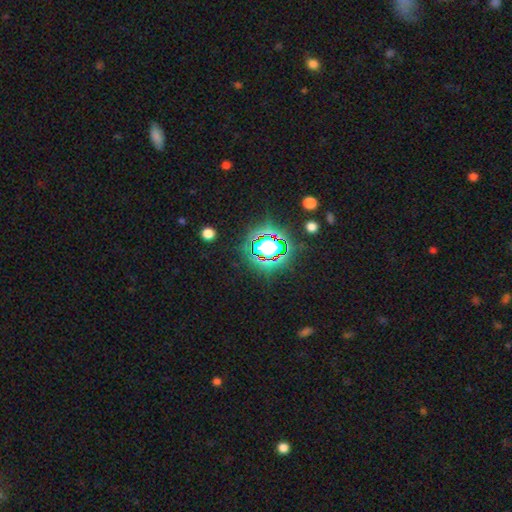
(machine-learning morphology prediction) Smooth or featured? star or artifact (74%)